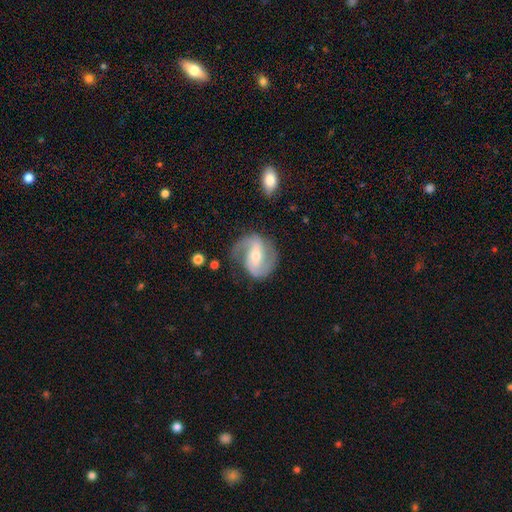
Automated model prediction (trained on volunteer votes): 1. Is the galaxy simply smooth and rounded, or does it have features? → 86% featured or disk, 9% smooth, 5% star or artifact.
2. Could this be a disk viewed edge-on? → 97% no, 3% yes.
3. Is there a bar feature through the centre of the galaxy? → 40% weak, 37% strong, 23% no.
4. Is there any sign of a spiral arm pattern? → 95% yes, 5% no.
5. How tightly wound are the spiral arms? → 51% medium, 29% loose, 20% tight.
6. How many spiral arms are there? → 89% 2, 4% 1, 4% can't tell, 2% 3, 1% 4, 1% more than 4.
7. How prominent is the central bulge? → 54% moderate, 42% small, 3% large, 1% none, 1% dominant.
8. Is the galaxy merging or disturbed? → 72% none, 17% minor disturbance, 9% major disturbance, 2% merger.